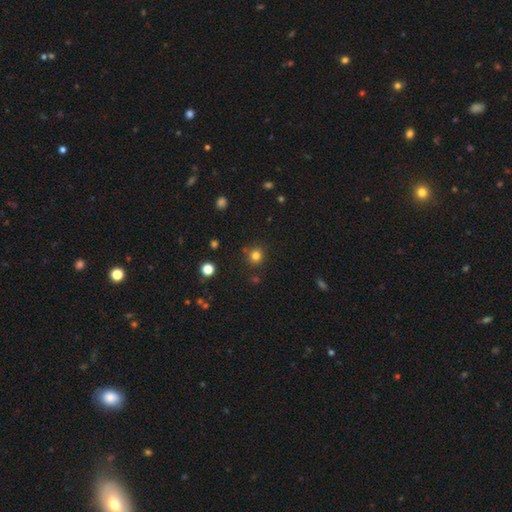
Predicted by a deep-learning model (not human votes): smooth_or_featured: smooth (p=0.80) [alt: star or artifact p=0.15]
how_rounded: round (p=0.90) [alt: in between p=0.09]
merging: none (p=0.84) [alt: minor disturbance p=0.09]